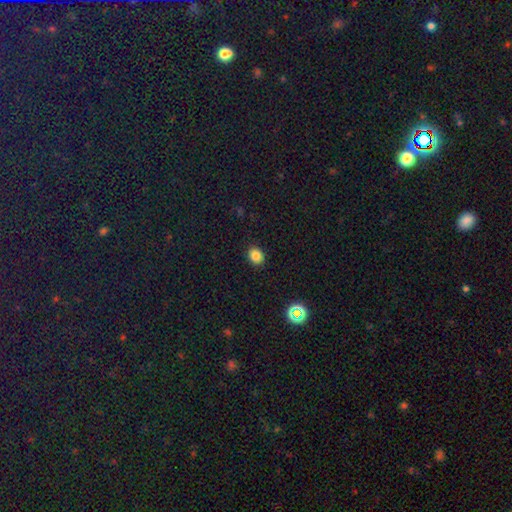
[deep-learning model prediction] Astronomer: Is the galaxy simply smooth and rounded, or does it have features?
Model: smooth — 84%.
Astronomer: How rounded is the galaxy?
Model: round — 53% (runner-up: in between, 46%).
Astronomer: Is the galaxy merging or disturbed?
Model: none — 90%.